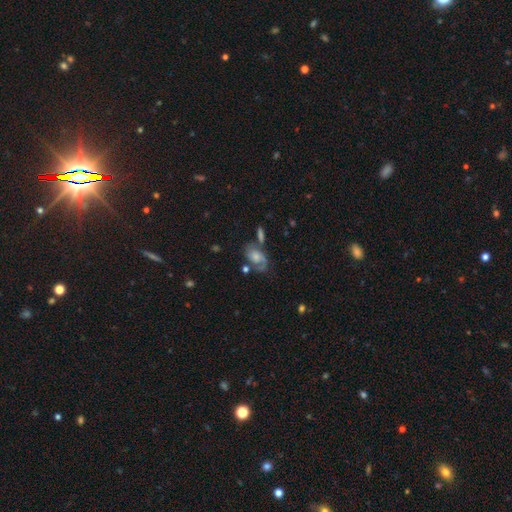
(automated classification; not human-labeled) featured or disk 59%, smooth 32%, star or artifact 9%. Down the decision tree: edge-on disk — no (95%); bar — no (74%); spiral arms — yes (83%); bulge size — moderate (43%); merging — none (47%).